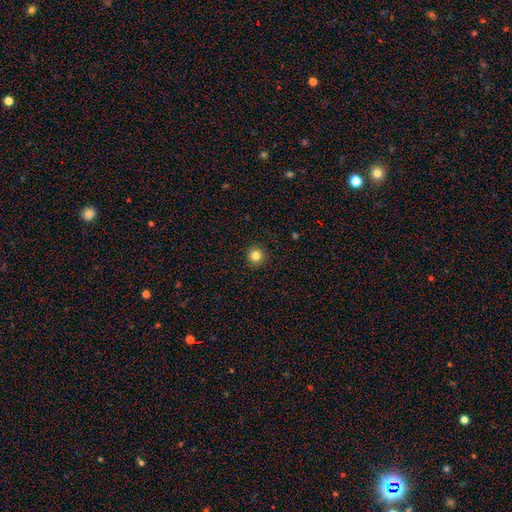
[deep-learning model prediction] smooth_or_featured: smooth (p=0.83) [alt: star or artifact p=0.12]
how_rounded: round (p=0.96) [alt: in between p=0.03]
merging: none (p=0.92) [alt: minor disturbance p=0.05]